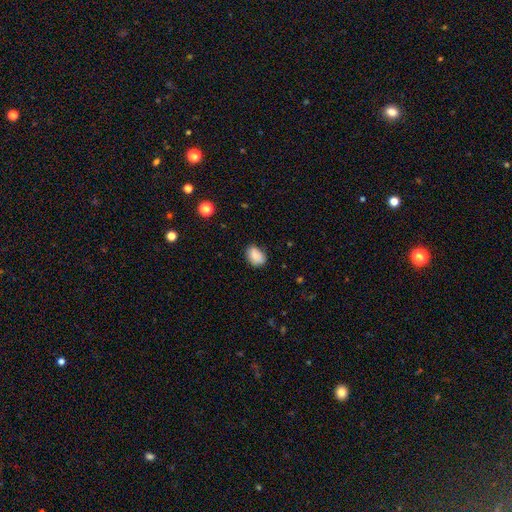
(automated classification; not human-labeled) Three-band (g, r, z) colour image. It shows a smooth galaxy with no disk features (86%) that is in between round and cigar-shaped (77%). Merging: none (70%).